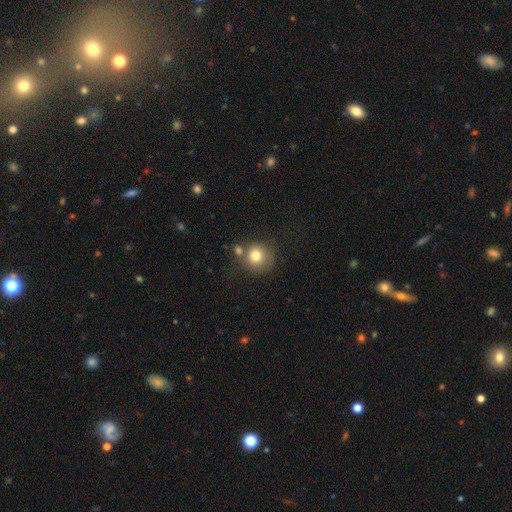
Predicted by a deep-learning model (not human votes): Smooth or featured? smooth (79%)
How rounded? round (90%)
Merging? none (60%)